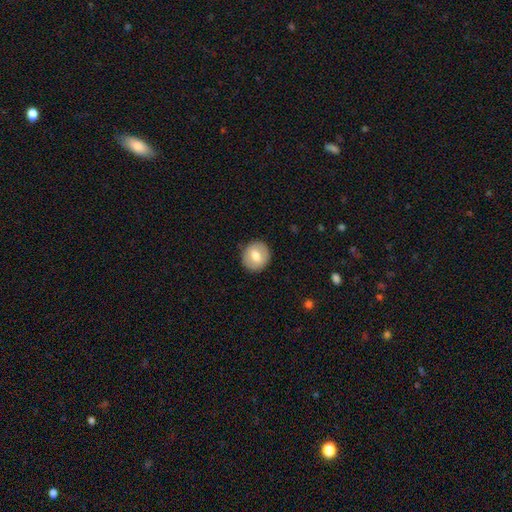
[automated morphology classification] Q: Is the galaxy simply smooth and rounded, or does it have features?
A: smooth — 65%.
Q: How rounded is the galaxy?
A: round — 86%.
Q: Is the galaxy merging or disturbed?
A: none — 89%.